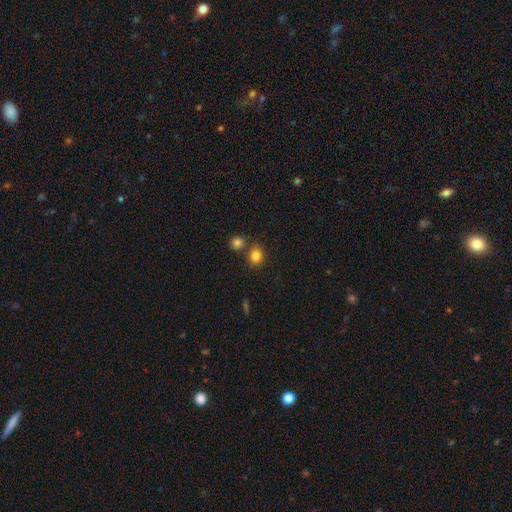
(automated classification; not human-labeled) Smooth or featured? smooth (83%)
How rounded? round (64%)
Merging? none (70%)